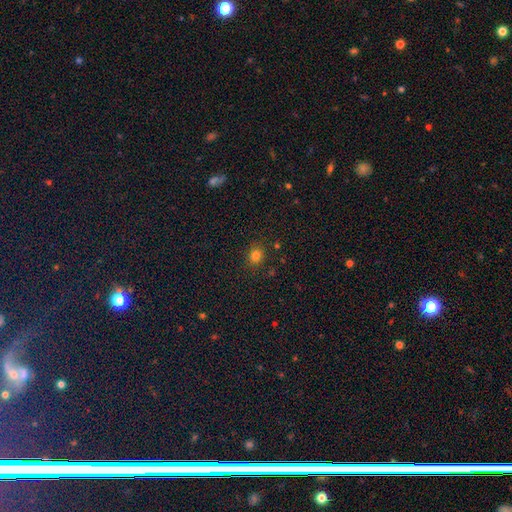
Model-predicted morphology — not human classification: The model was most divided on "how rounded": round: 71%, in between: 28%, cigar-shaped: 1%. More confident: merging — none (86%); smooth or featured — smooth (80%).